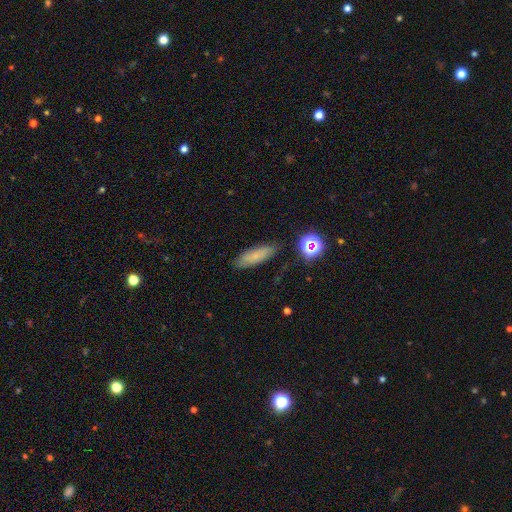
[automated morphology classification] This is likely a smooth galaxy (73%). How rounded: possibly cigar-shaped (49%). Merging: clearly none (84%).